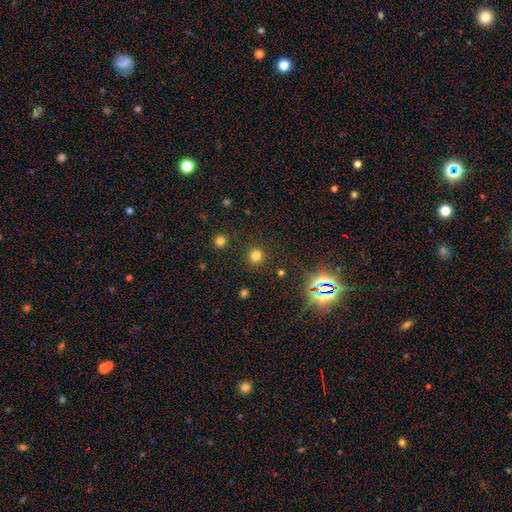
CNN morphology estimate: This appears to be a smooth galaxy with no disk features (74%) that is round (92%). Merging: none (89%).